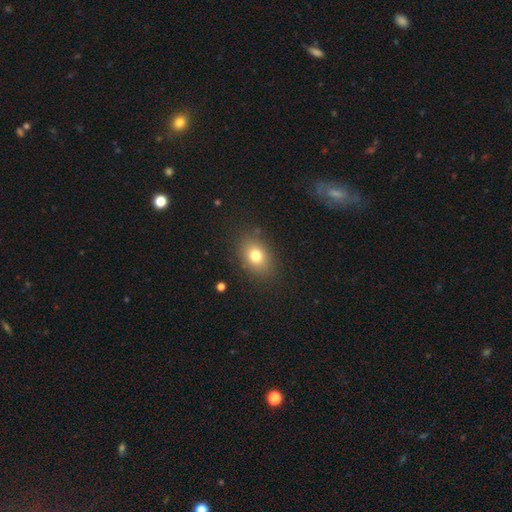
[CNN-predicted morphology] smooth-or-featured: smooth: 76% | star or artifact: 12% | featured or disk: 12%
  how-rounded: in between: 66% | round: 33% | cigar-shaped: 1%
  merging: none: 85% | minor disturbance: 10% | major disturbance: 4% | merger: 1%